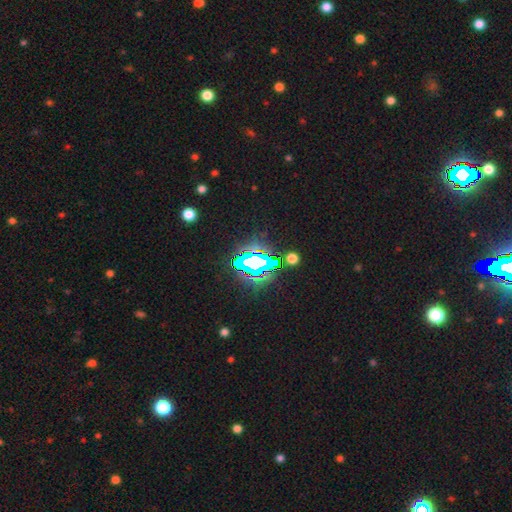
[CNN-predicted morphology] This appears to be a star or artifact, not a galaxy (69%).